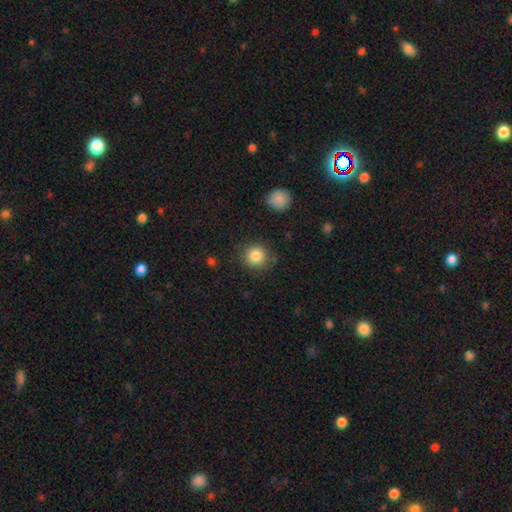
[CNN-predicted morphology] smooth_or_featured: smooth (p=0.85) [alt: star or artifact p=0.10]
how_rounded: round (p=0.91) [alt: in between p=0.08]
merging: none (p=0.83) [alt: minor disturbance p=0.11]